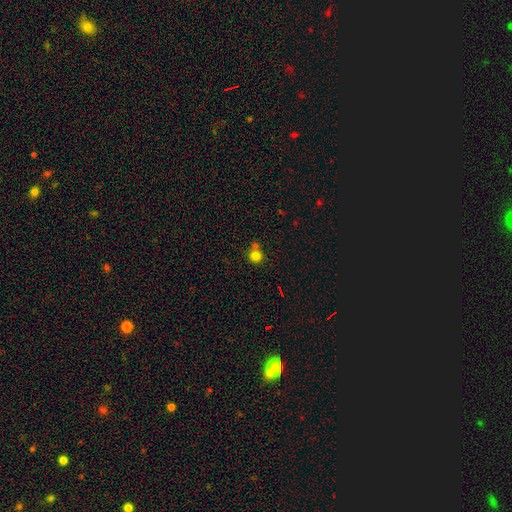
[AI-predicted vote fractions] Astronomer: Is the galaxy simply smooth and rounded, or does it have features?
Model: smooth — 80%.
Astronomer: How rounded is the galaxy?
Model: round — 91%.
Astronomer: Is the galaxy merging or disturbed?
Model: none — 58%.